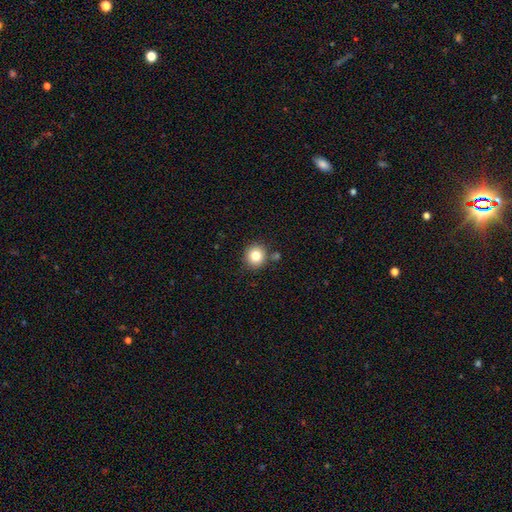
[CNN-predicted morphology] Smooth or featured?
  - smooth: 82% *
  - star or artifact: 11%
  - featured or disk: 8%
How rounded?
  - round: 91% *
  - in between: 9%
  - cigar-shaped: 1%
Merging?
  - none: 82% *
  - minor disturbance: 9%
  - merger: 6%
  - major disturbance: 3%